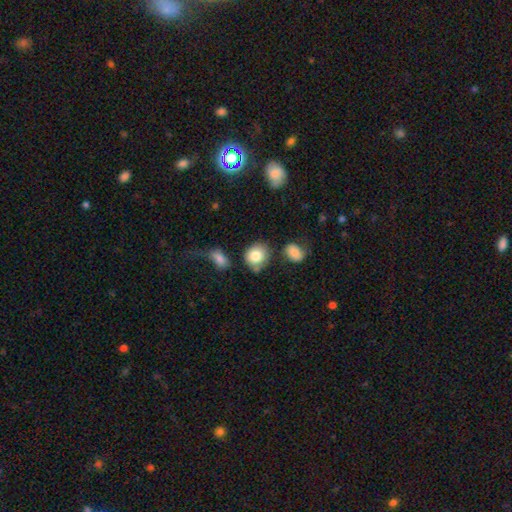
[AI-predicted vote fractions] A smooth galaxy with no disk features (83%) that is round (71%). Merging: none (64%).